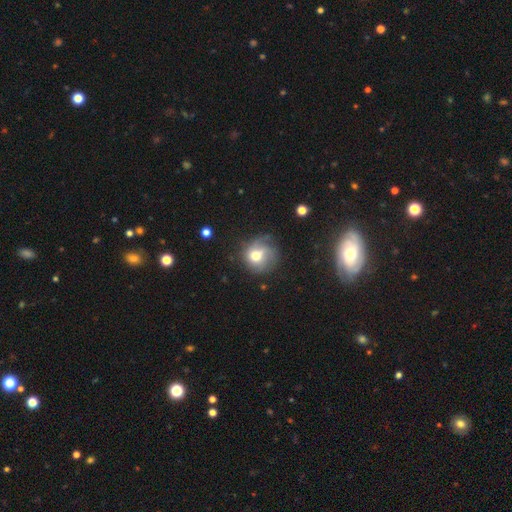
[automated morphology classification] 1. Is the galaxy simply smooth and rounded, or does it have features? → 51% smooth, 38% featured or disk, 11% star or artifact.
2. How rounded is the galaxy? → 84% round, 15% in between, 1% cigar-shaped.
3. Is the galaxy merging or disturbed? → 55% none, 25% minor disturbance, 17% major disturbance, 3% merger.